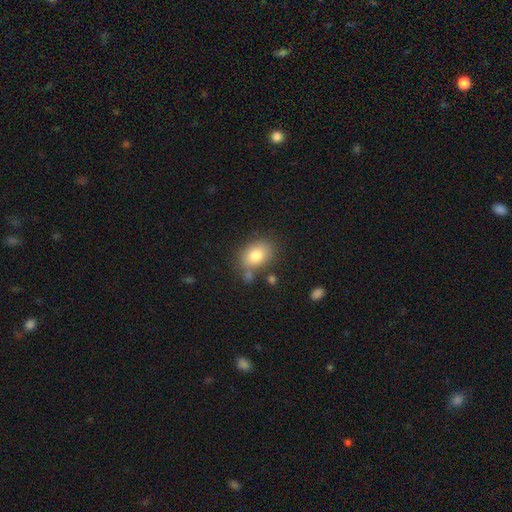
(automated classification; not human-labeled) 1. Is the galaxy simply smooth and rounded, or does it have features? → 79% smooth, 12% featured or disk, 9% star or artifact.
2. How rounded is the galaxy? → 74% in between, 25% round, 1% cigar-shaped.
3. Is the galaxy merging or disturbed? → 70% none, 16% minor disturbance, 9% merger, 5% major disturbance.